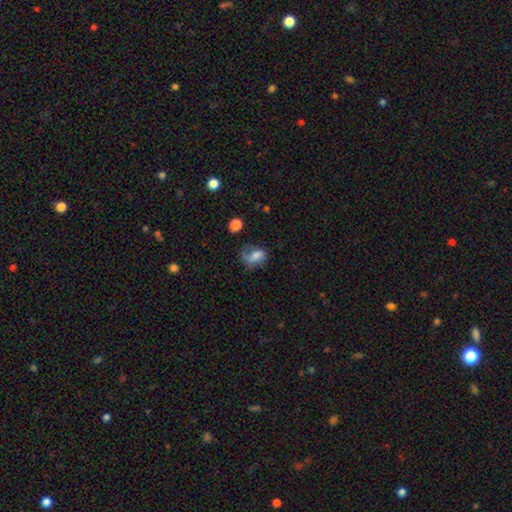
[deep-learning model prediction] Q: Smooth or featured?
A: smooth (61%); runner-up: featured or disk (28%)
Q: How rounded?
A: in between (74%); runner-up: round (24%)
Q: Merging?
A: none (40%); runner-up: minor disturbance (29%)